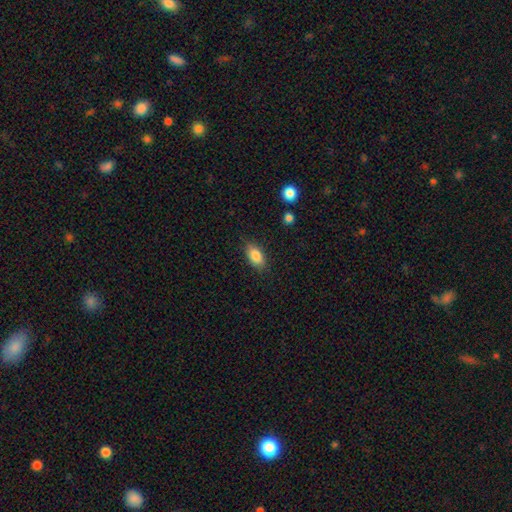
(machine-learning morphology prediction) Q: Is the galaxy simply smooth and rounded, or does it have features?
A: smooth — 85%.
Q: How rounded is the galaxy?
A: in between — 90%.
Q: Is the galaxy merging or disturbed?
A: none — 84%.